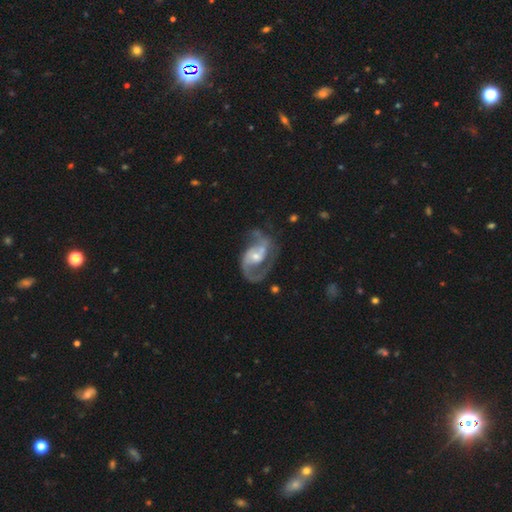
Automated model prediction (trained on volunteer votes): Smooth or featured: featured or disk — 87% (smooth — 8%)
Edge-on disk: no — 98% (yes — 2%)
Bar: no — 50% (weak — 37%)
Spiral arms: yes — 94% (no — 6%)
Spiral winding: medium — 52% (loose — 31%)
Spiral arm count: 2 — 78% (1 — 13%)
Bulge size: moderate — 48% (small — 42%)
Merging: none — 53% (major disturbance — 23%)